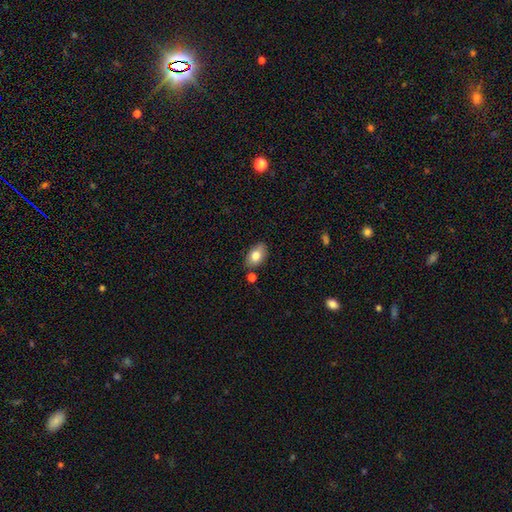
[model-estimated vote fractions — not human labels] smooth-or-featured: smooth: 79% | featured or disk: 14% | star or artifact: 8%
  how-rounded: in between: 90% | round: 9% | cigar-shaped: 2%
  merging: none: 80% | minor disturbance: 13% | merger: 5% | major disturbance: 3%